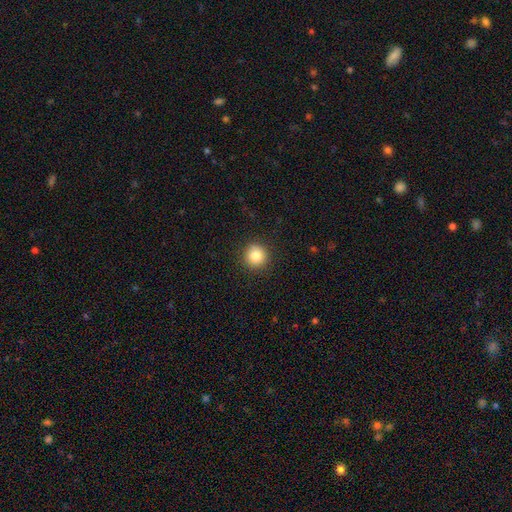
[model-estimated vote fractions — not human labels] Morphology: type=smooth (84%); roundness=round (93%); merging=none (91%).